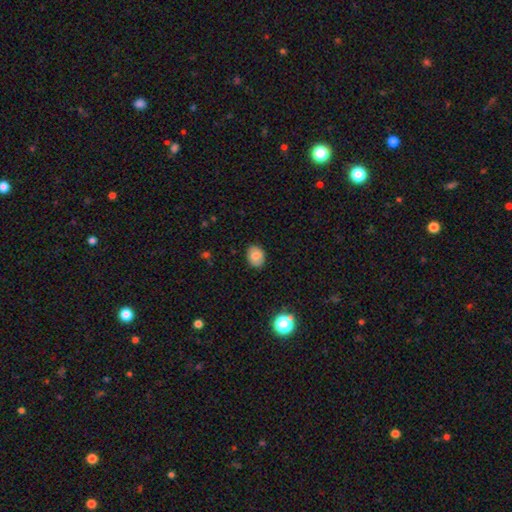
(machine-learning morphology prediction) smooth-or-featured: smooth: 74% | featured or disk: 17% | star or artifact: 9%
  how-rounded: in between: 56% | round: 43% | cigar-shaped: 1%
  merging: none: 86% | minor disturbance: 10% | major disturbance: 2% | merger: 1%